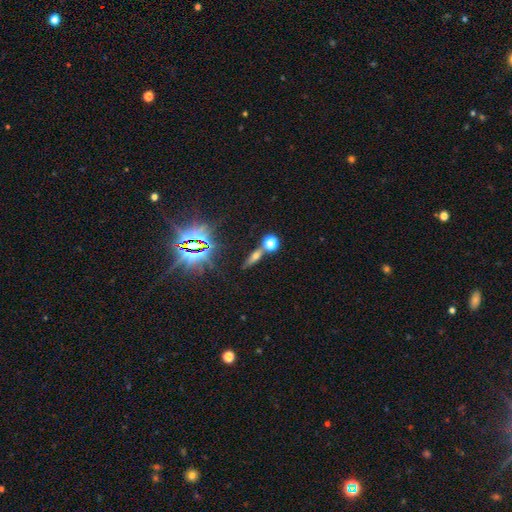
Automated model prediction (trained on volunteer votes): Q: Smooth or featured?
A: smooth (42%); runner-up: star or artifact (31%)
Q: Merging?
A: none (68%); runner-up: merger (18%)